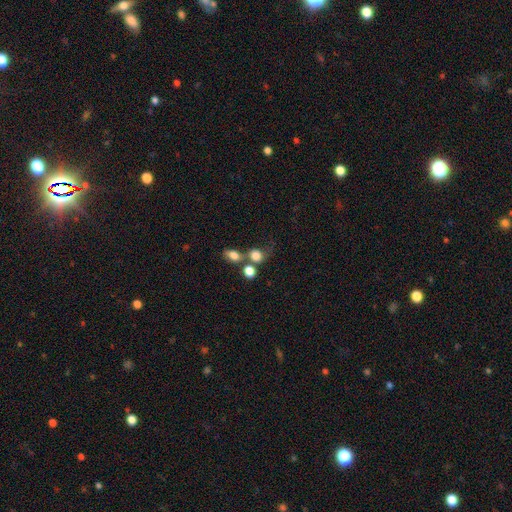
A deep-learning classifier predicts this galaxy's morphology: A smooth galaxy with no disk features (77%) that is round (69%).

Vote fractions:
- Smooth or featured? smooth: 77% / star or artifact: 12% / featured or disk: 11%
- How rounded? round: 69% / in between: 30% / cigar-shaped: 2%
- Merging? merger: 40% / none: 36% / minor disturbance: 12% / major disturbance: 12%